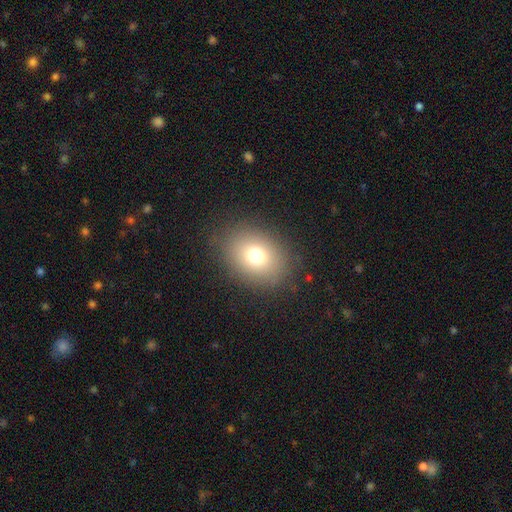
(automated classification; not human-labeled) smooth-or-featured: smooth: 73% | star or artifact: 14% | featured or disk: 12%
  how-rounded: in between: 57% | round: 42% | cigar-shaped: 1%
  merging: none: 85% | minor disturbance: 9% | major disturbance: 5% | merger: 1%